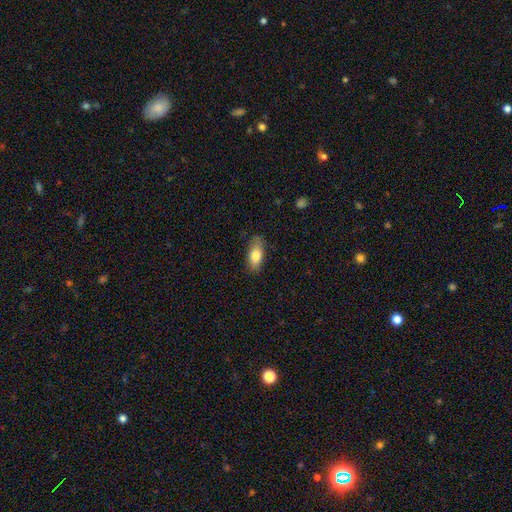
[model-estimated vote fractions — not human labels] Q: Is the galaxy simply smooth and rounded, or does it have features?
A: smooth — 79%.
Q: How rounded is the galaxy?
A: in between — 82%.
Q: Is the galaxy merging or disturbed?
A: none — 80%.